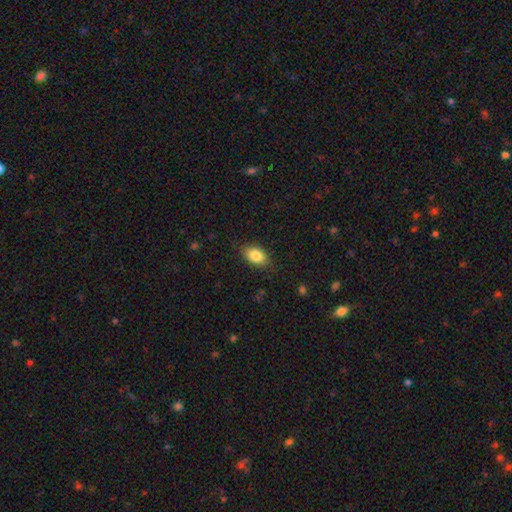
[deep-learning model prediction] A smooth galaxy with no disk features (84%) that is in between round and cigar-shaped (88%). Merging: none (83%).